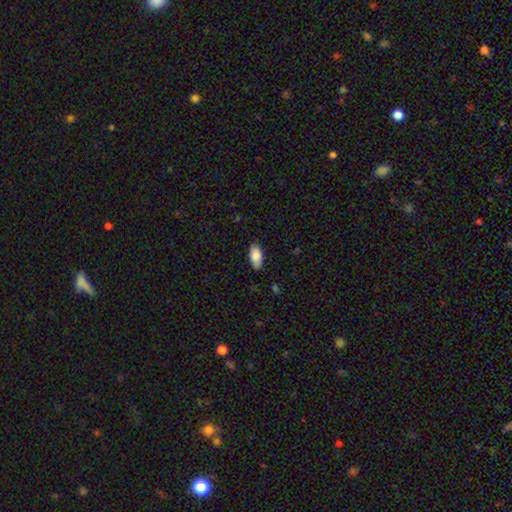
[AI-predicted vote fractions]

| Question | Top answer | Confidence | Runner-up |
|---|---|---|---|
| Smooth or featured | smooth | 86% | featured or disk (8%) |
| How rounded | in between | 92% | cigar-shaped (6%) |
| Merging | none | 82% | minor disturbance (15%) |